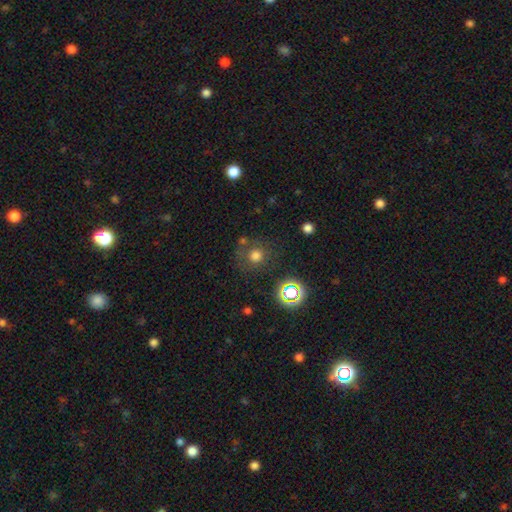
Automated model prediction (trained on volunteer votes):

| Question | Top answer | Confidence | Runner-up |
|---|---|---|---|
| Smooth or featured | smooth | 68% | star or artifact (22%) |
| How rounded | round | 90% | in between (9%) |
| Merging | none | 73% | minor disturbance (14%) |